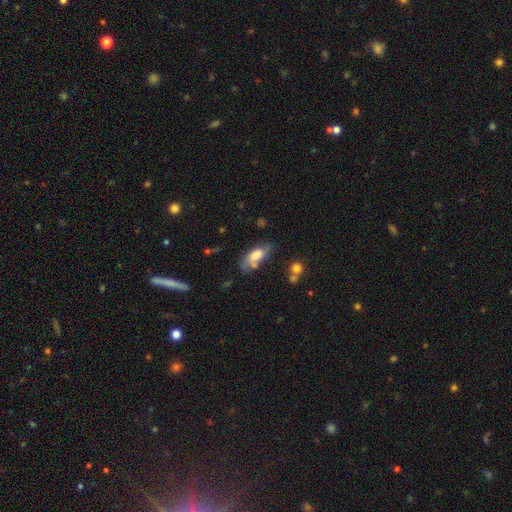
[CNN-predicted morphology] Q: Smooth or featured?
A: smooth (59%); runner-up: featured or disk (32%)
Q: How rounded?
A: in between (80%); runner-up: cigar-shaped (16%)
Q: Merging?
A: none (49%); runner-up: minor disturbance (29%)